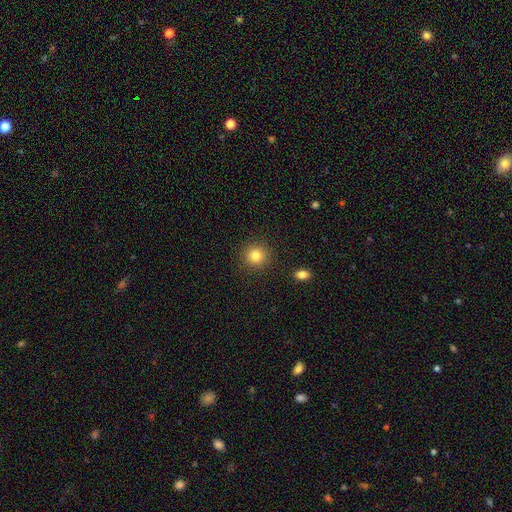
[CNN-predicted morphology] Smooth or featured?
  - smooth: 82% *
  - star or artifact: 11%
  - featured or disk: 7%
How rounded?
  - round: 93% *
  - in between: 6%
  - cigar-shaped: 1%
Merging?
  - none: 90% *
  - minor disturbance: 6%
  - major disturbance: 2%
  - merger: 2%